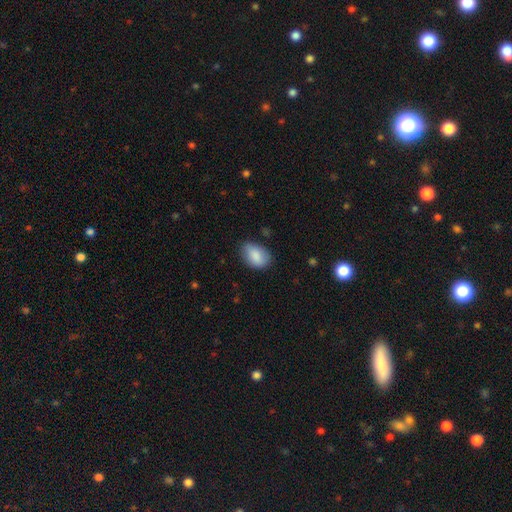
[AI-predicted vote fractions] Q: Smooth or featured?
A: smooth (87%); runner-up: featured or disk (7%)
Q: How rounded?
A: in between (84%); runner-up: round (15%)
Q: Merging?
A: none (74%); runner-up: minor disturbance (21%)